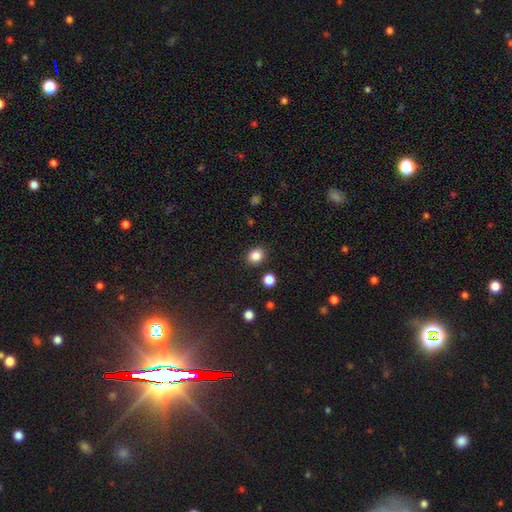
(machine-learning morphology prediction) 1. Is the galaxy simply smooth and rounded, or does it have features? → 85% smooth, 10% star or artifact, 4% featured or disk.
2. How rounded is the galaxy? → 59% round, 40% in between, 1% cigar-shaped.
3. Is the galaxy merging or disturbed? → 87% none, 8% minor disturbance, 3% merger, 2% major disturbance.